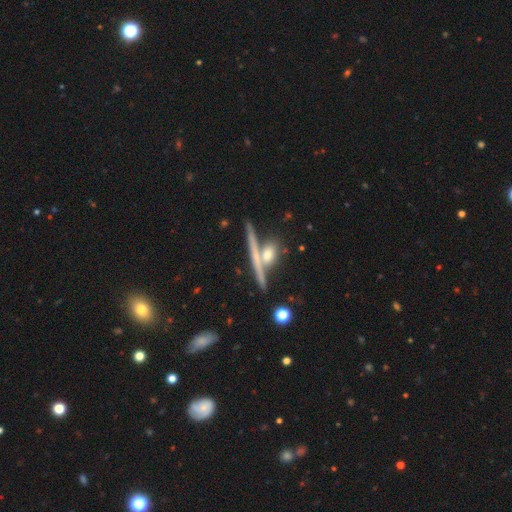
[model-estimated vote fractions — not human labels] Q: Smooth or featured?
A: featured or disk (62%); runner-up: smooth (28%)
Q: Edge-on disk?
A: yes (93%); runner-up: no (7%)
Q: Edge-on bulge?
A: none (64%); runner-up: rounded (28%)
Q: Merging?
A: none (64%); runner-up: merger (22%)